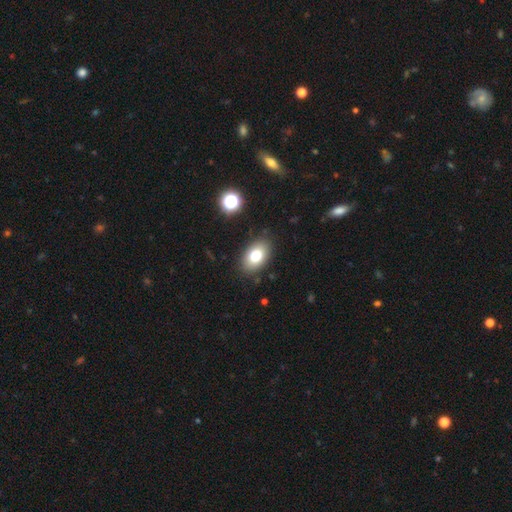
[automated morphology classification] A smooth galaxy with no disk features (78%) that is in between round and cigar-shaped (88%). Merging: none (86%).